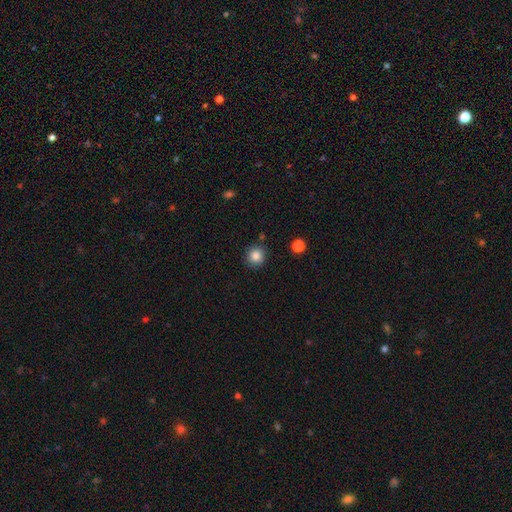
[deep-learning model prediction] Smooth or featured? smooth (84%)
How rounded? round (93%)
Merging? none (87%)